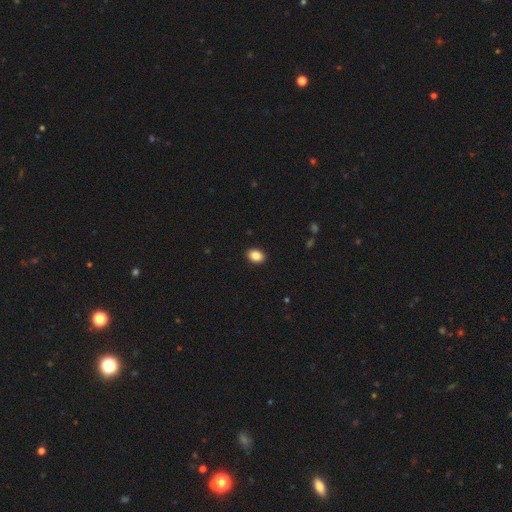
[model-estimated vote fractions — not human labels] The model was most divided on "how rounded": in between: 66%, round: 33%, cigar-shaped: 1%. More confident: merging — none (92%); smooth or featured — smooth (86%).